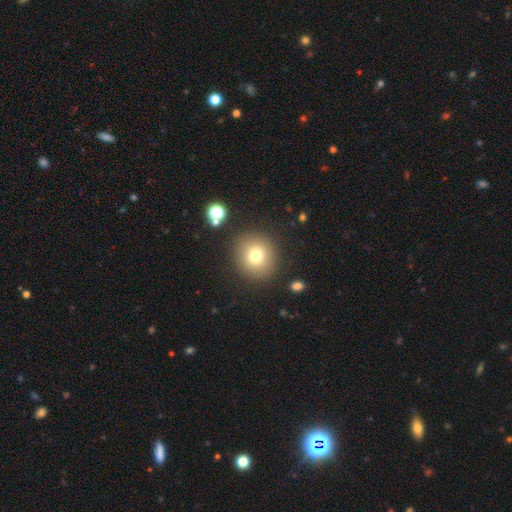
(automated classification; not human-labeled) A smooth galaxy with no disk features (75%) that is round (89%). Merging: none (87%).